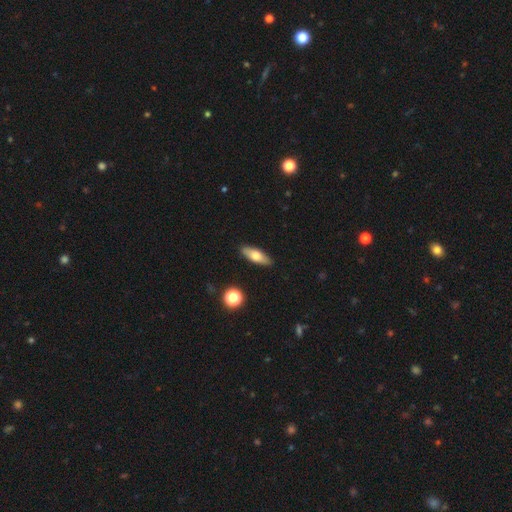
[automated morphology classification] smooth 65%, featured or disk 28%, star or artifact 7%. Down the decision tree: how rounded — in between (61%); merging — none (89%).